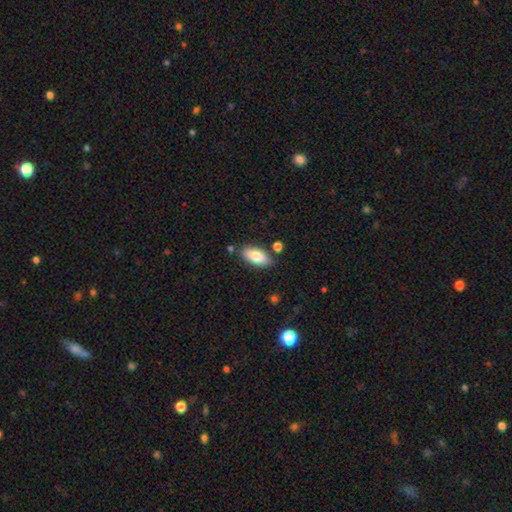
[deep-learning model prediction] A smooth galaxy with no disk features (79%) that is in between round and cigar-shaped (87%). Merging: none (81%).